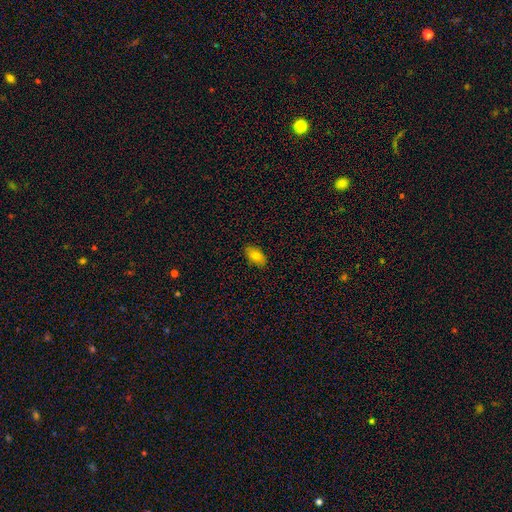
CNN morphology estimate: Q: Smooth or featured?
A: smooth (80%); runner-up: featured or disk (12%)
Q: How rounded?
A: in between (92%); runner-up: round (5%)
Q: Merging?
A: none (88%); runner-up: minor disturbance (10%)